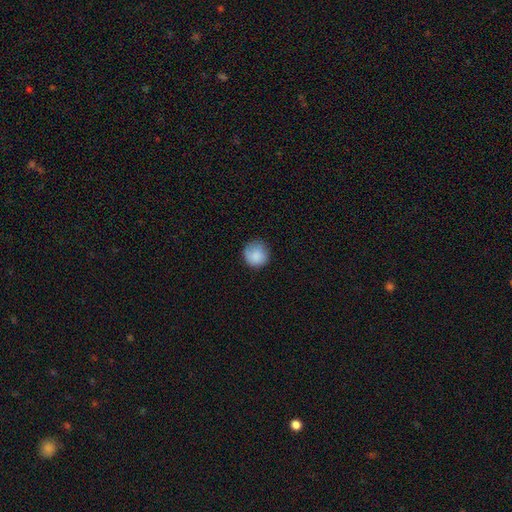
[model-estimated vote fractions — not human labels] Morphology: type=smooth (86%); roundness=round (93%); merging=none (79%).